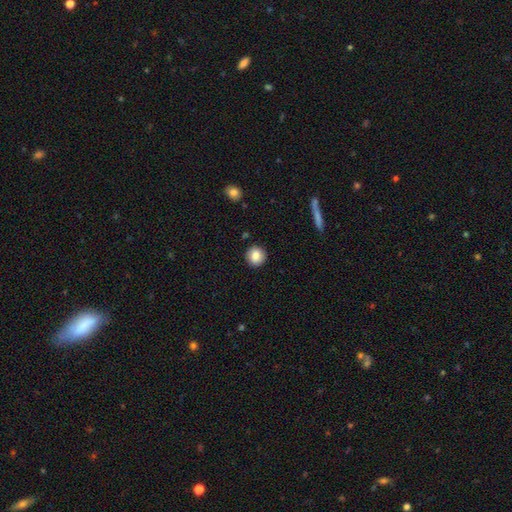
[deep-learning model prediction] Overall: smooth (85%). How rounded: round (91%). Merging: none (90%).